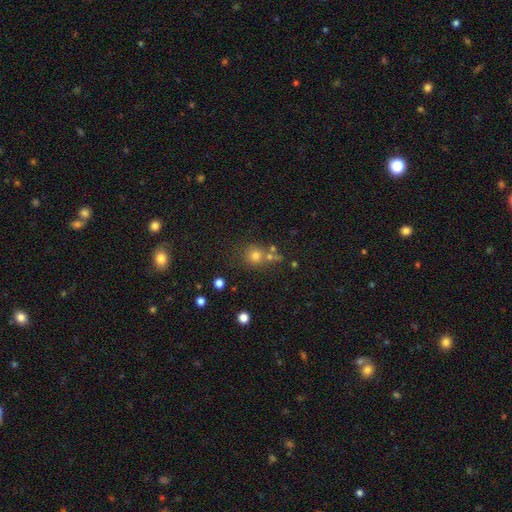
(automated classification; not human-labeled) Smooth or featured?
  - smooth: 69% *
  - star or artifact: 21%
  - featured or disk: 10%
How rounded?
  - round: 88% *
  - in between: 11%
  - cigar-shaped: 1%
Merging?
  - none: 63% *
  - merger: 22%
  - minor disturbance: 11%
  - major disturbance: 5%